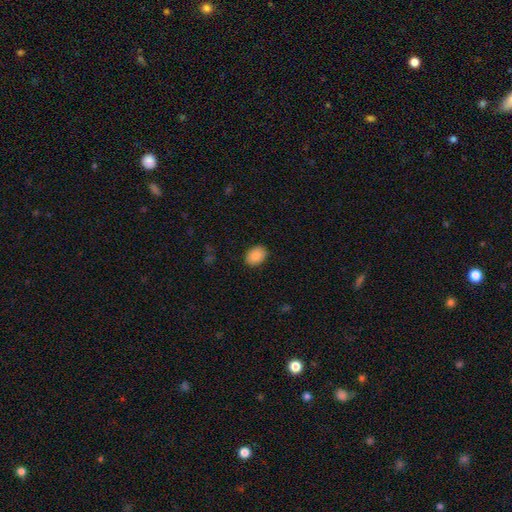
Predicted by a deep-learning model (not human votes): smooth-or-featured: smooth: 88% | star or artifact: 7% | featured or disk: 5%
  how-rounded: in between: 77% | round: 22% | cigar-shaped: 1%
  merging: none: 89% | minor disturbance: 8% | major disturbance: 2% | merger: 1%